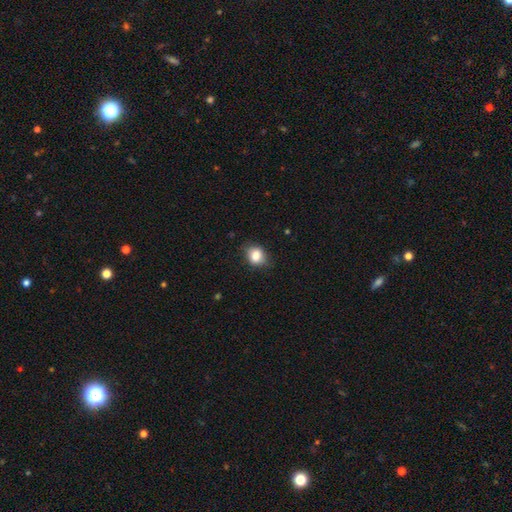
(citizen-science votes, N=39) smooth_or_featured: smooth (p=0.92) [alt: featured or disk p=0.08]
how_rounded: round (p=0.53) [alt: in between p=0.47]
merging: none (p=0.72) [alt: minor disturbance p=0.28]